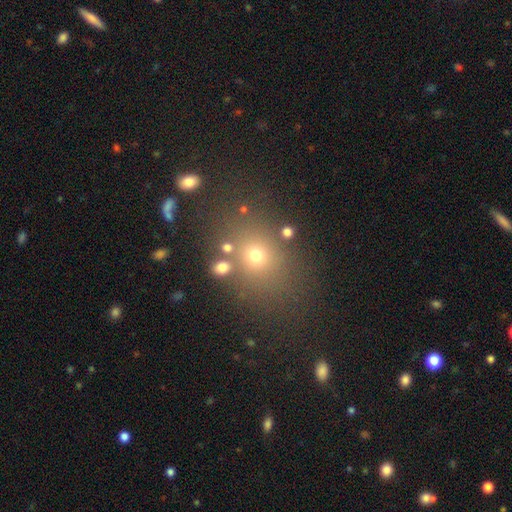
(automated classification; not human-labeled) Smooth or featured?
  - smooth: 65% *
  - star or artifact: 22%
  - featured or disk: 13%
How rounded?
  - round: 55% *
  - in between: 44%
  - cigar-shaped: 1%
Merging?
  - none: 74% *
  - minor disturbance: 12%
  - merger: 7%
  - major disturbance: 6%